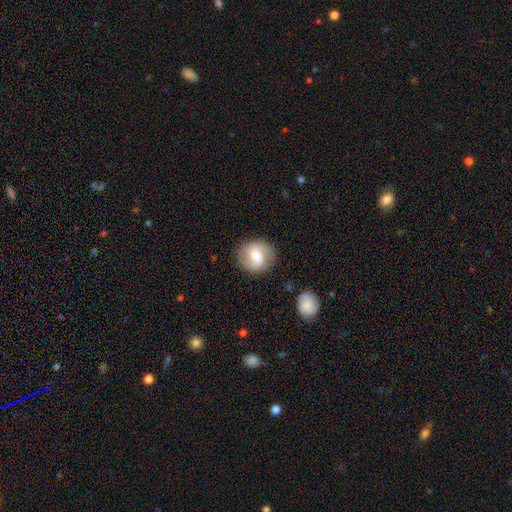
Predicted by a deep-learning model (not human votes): Smooth or featured?
  - smooth: 51% *
  - featured or disk: 41%
  - star or artifact: 7%
How rounded?
  - round: 81% *
  - in between: 18%
  - cigar-shaped: 1%
Merging?
  - none: 83% *
  - minor disturbance: 11%
  - major disturbance: 4%
  - merger: 2%